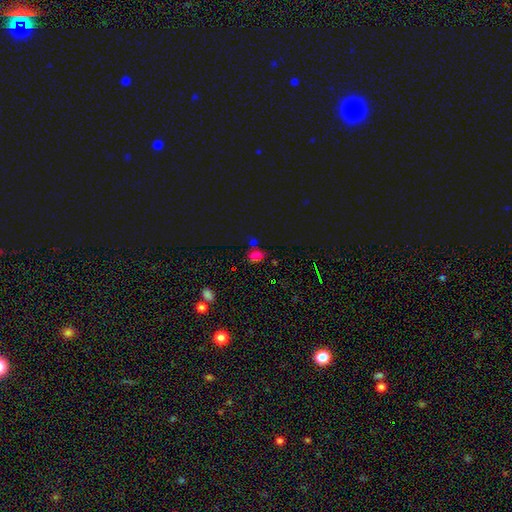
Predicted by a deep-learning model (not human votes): This appears to be a smooth galaxy with no disk features (57%) that is in between round and cigar-shaped (63%). Merging: none (62%).